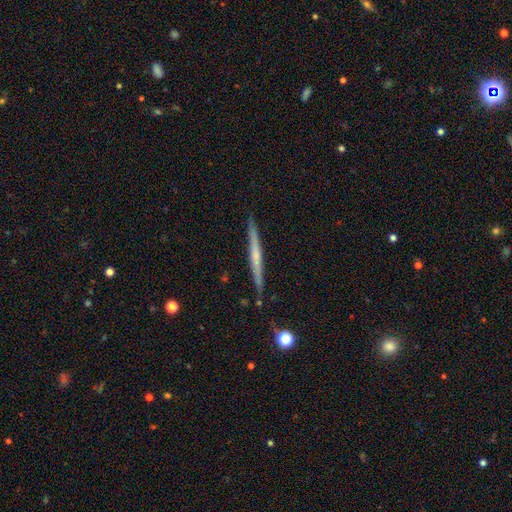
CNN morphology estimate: Q: Smooth or featured?
A: featured or disk (60%); runner-up: smooth (34%)
Q: Edge-on disk?
A: yes (97%); runner-up: no (3%)
Q: Edge-on bulge?
A: none (61%); runner-up: rounded (33%)
Q: Merging?
A: none (88%); runner-up: minor disturbance (9%)